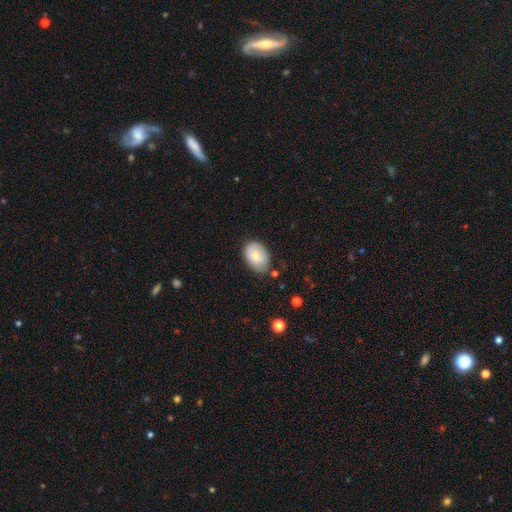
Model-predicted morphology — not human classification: A smooth galaxy with no disk features (78%) that is in between round and cigar-shaped (86%).

Vote fractions:
- Smooth or featured? smooth: 78% / featured or disk: 16% / star or artifact: 7%
- How rounded? in between: 86% / round: 13% / cigar-shaped: 1%
- Merging? none: 70% / minor disturbance: 23% / major disturbance: 4% / merger: 3%